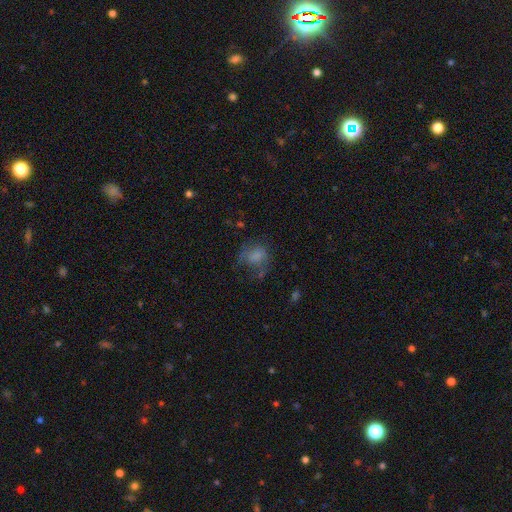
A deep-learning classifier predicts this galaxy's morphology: smooth_or_featured: smooth (p=0.66) [alt: featured or disk p=0.21]
how_rounded: round (p=0.61) [alt: in between p=0.38]
merging: none (p=0.42) [alt: major disturbance p=0.30]